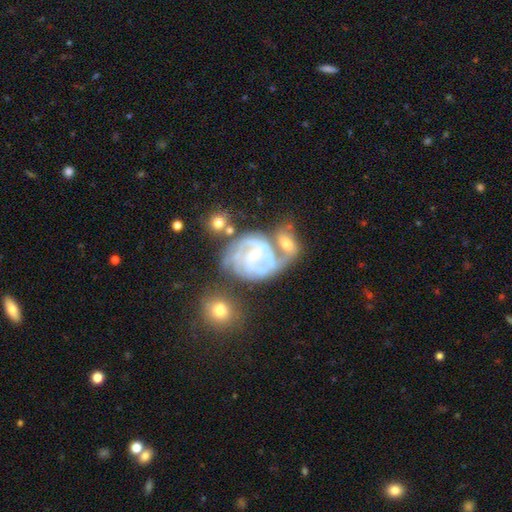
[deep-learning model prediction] featured or disk 85%, smooth 8%, star or artifact 7%. Down the decision tree: edge-on disk — no (98%); bar — no (59%); spiral arms — yes (93%); spiral arm count — 3 (28%); spiral winding — tight (58%); bulge size — small (71%); merging — none (37%).